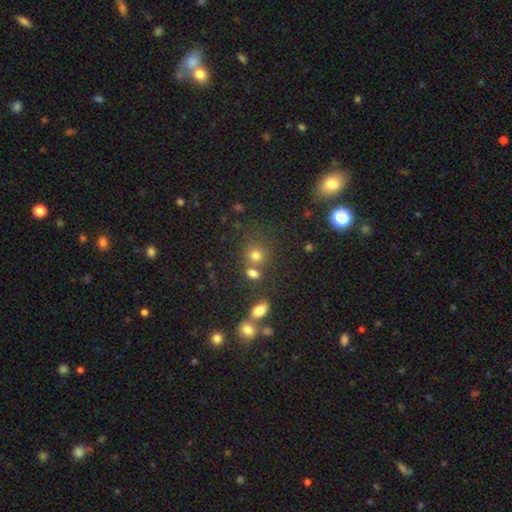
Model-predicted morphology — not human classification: Smooth or featured: smooth — 72% (star or artifact — 18%)
How rounded: round — 76% (in between — 23%)
Merging: none — 57% (merger — 27%)